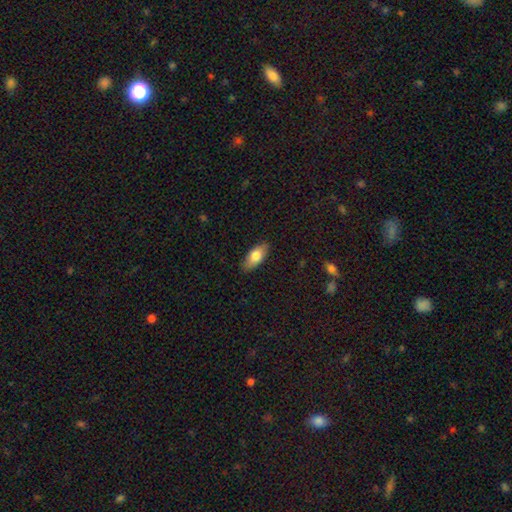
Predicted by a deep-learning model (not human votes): Overall: smooth (79%). How rounded: in between (87%). Merging: none (86%).